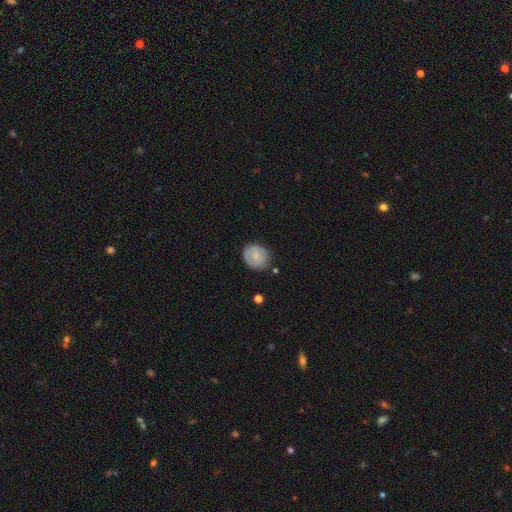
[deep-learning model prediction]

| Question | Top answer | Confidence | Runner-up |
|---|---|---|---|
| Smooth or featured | smooth | 72% | featured or disk (21%) |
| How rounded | round | 77% | in between (22%) |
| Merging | none | 78% | minor disturbance (16%) |